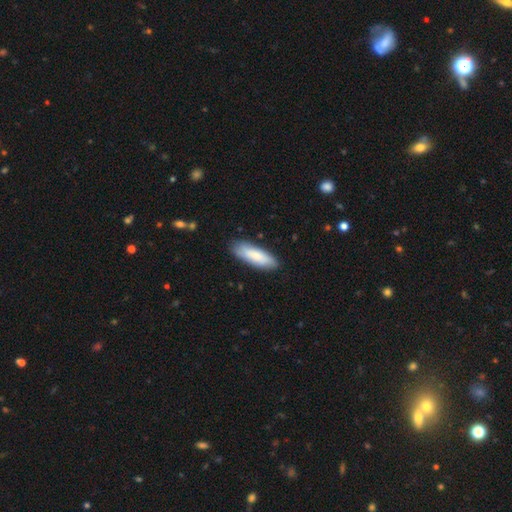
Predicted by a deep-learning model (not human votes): This is clearly a smooth galaxy (82%). How rounded: possibly in between (57%). Merging: clearly none (84%).